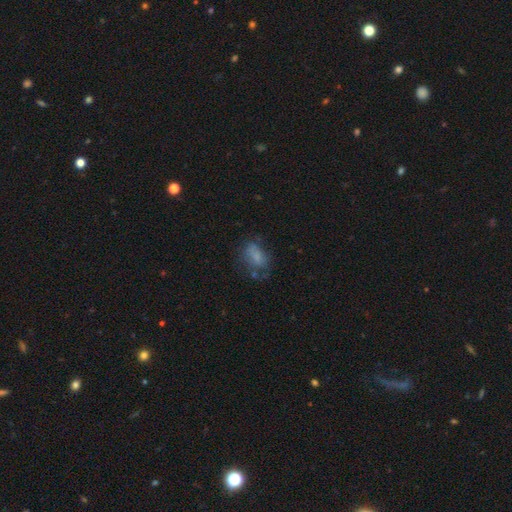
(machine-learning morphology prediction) A smooth galaxy with no disk features (63%) that is in between round and cigar-shaped (83%).

Vote fractions:
- Smooth or featured? smooth: 63% / featured or disk: 25% / star or artifact: 12%
- How rounded? in between: 83% / round: 13% / cigar-shaped: 3%
- Merging? none: 43% / minor disturbance: 26% / major disturbance: 25% / merger: 6%